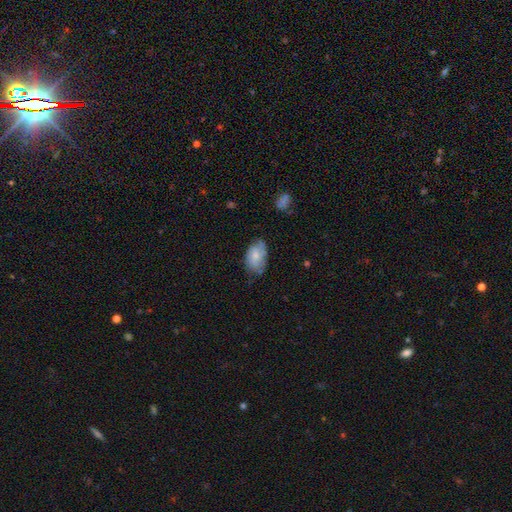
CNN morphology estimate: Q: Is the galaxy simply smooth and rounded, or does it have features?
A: smooth — 63%.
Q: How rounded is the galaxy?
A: in between — 90%.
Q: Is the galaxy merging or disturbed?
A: none — 55%.